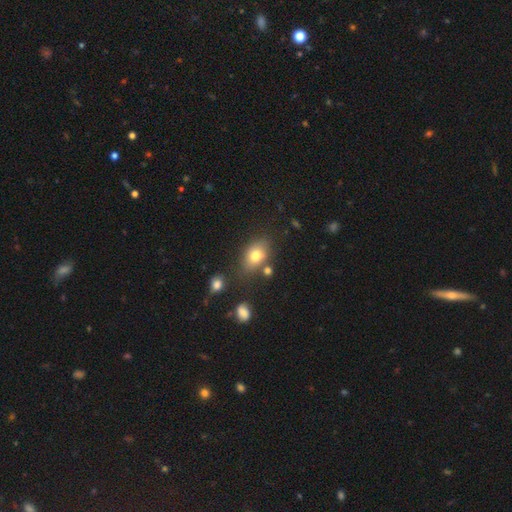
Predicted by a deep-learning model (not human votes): A smooth galaxy with no disk features (76%) that is in between round and cigar-shaped (76%). Merging: none (71%).